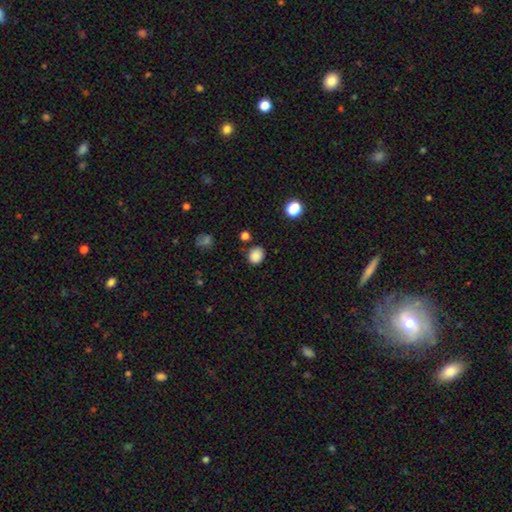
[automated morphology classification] smooth 85%, star or artifact 11%, featured or disk 4%. Down the decision tree: how rounded — round (68%); merging — none (80%).